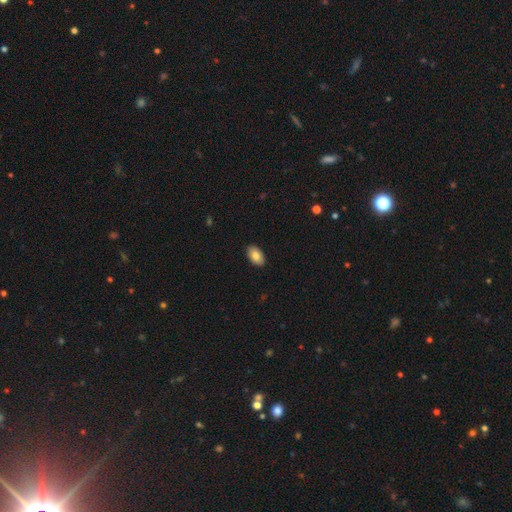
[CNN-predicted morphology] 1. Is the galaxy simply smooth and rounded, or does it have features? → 82% smooth, 11% featured or disk, 7% star or artifact.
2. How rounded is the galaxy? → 93% in between, 5% round, 1% cigar-shaped.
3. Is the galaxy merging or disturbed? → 90% none, 7% minor disturbance, 2% major disturbance, 1% merger.